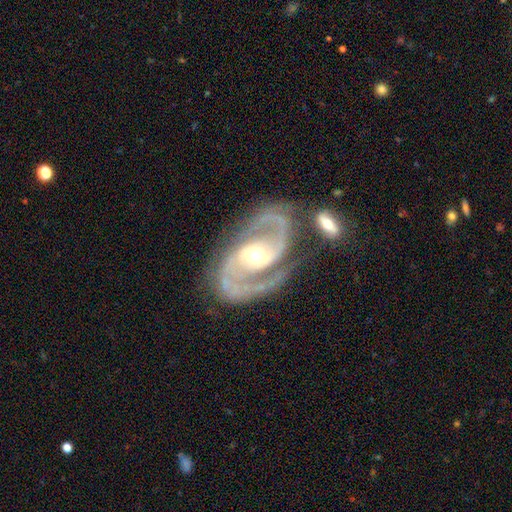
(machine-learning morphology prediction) Smooth or featured?
  - featured or disk: 93% *
  - star or artifact: 4%
  - smooth: 3%
Edge-on disk?
  - no: 98% *
  - yes: 2%
Bar?
  - no: 49% *
  - weak: 33%
  - strong: 17%
Spiral arms?
  - yes: 98% *
  - no: 2%
Spiral winding?
  - medium: 57% *
  - tight: 30%
  - loose: 13%
Spiral arm count?
  - 2: 92% *
  - 3: 2%
  - can't tell: 2%
  - 1: 1%
  - 4: 1%
  - more than 4: 1%
Bulge size?
  - moderate: 75% *
  - small: 16%
  - large: 7%
  - dominant: 1%
  - none: 1%
Merging?
  - none: 66% *
  - minor disturbance: 16%
  - major disturbance: 9%
  - merger: 8%